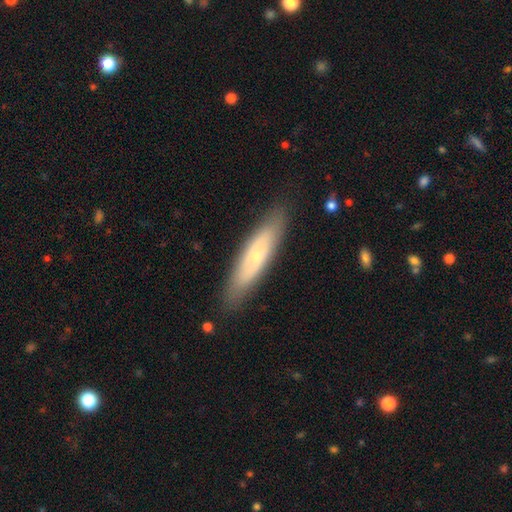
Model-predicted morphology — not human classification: Q: Smooth or featured?
A: smooth (51%); runner-up: featured or disk (42%)
Q: How rounded?
A: cigar-shaped (75%); runner-up: in between (24%)
Q: Merging?
A: none (85%); runner-up: minor disturbance (11%)